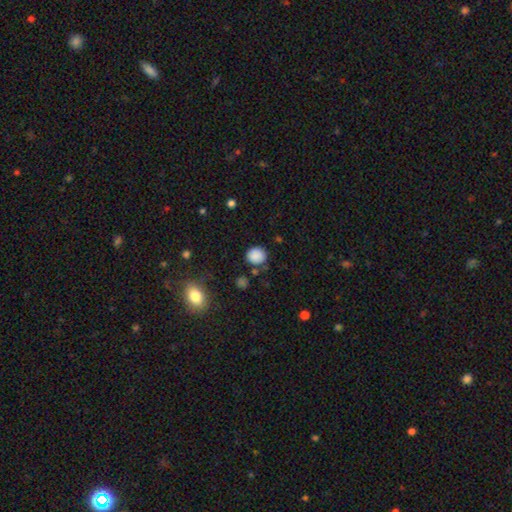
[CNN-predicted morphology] A smooth galaxy with no disk features (85%) that is round (82%). Merging: none (82%).